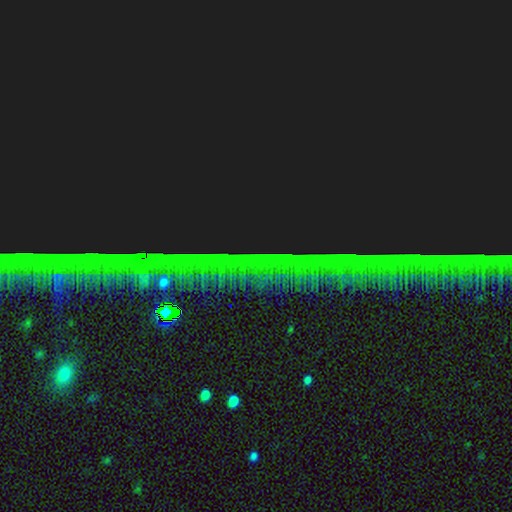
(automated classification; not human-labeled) Overall: star or artifact (87%).